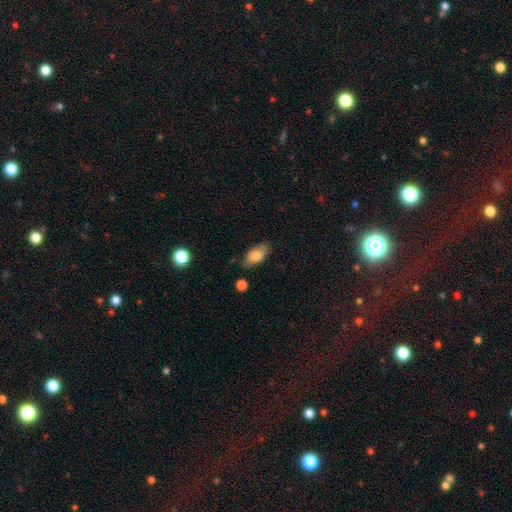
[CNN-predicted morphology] Smooth or featured: smooth — 81% (featured or disk — 13%)
How rounded: in between — 91% (cigar-shaped — 6%)
Merging: none — 76% (minor disturbance — 18%)